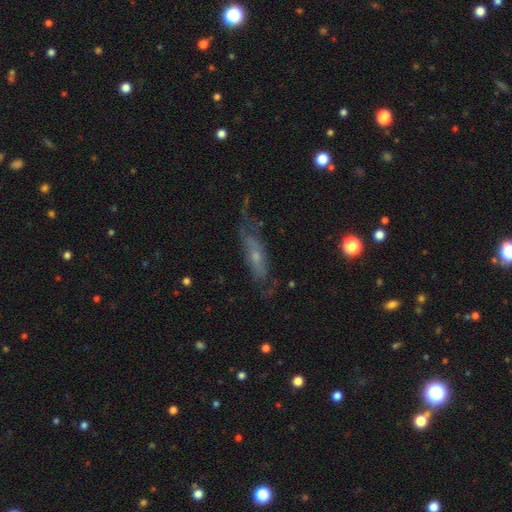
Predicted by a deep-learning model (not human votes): A featured or disk galaxy (57%). Merging: none (54%).